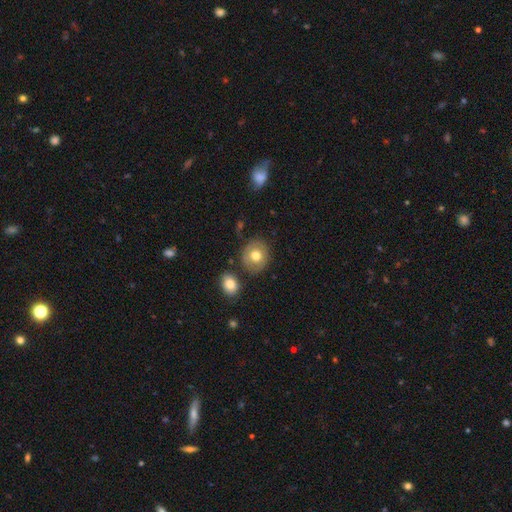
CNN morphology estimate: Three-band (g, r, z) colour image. It shows a smooth galaxy with no disk features (72%) that is round (81%). Merging: none (79%).